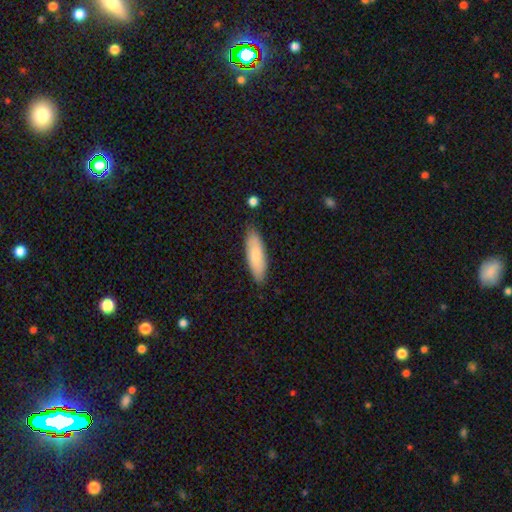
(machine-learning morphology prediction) This is likely a smooth galaxy (77%). How rounded: possibly in between (53%). Merging: clearly none (84%).